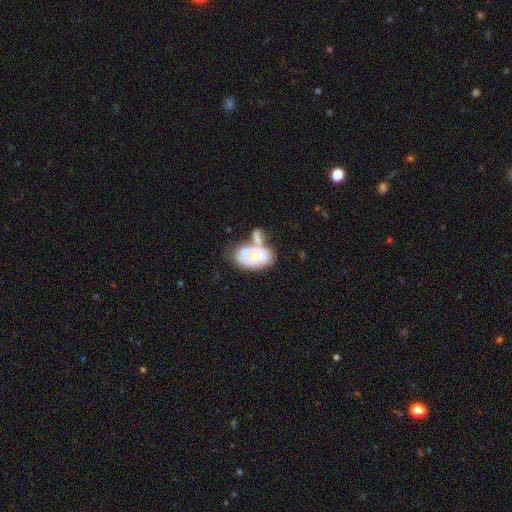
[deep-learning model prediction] featured or disk 60%, smooth 34%, star or artifact 6%. Down the decision tree: edge-on disk — no (96%); bar — no (88%); spiral arms — no (70%); bulge size — moderate (64%); merging — merger (46%).